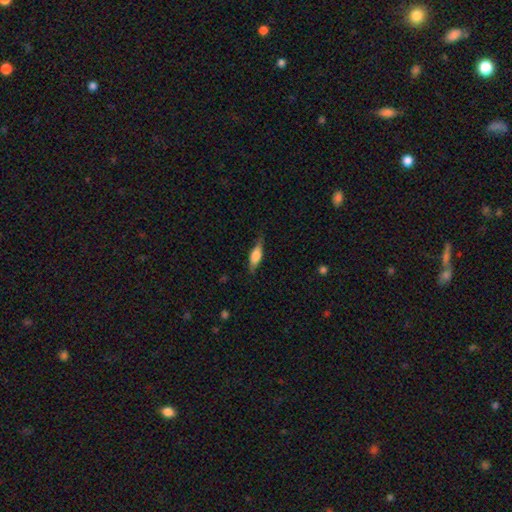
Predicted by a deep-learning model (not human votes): Overall: smooth (56%; featured or disk 37%). How rounded: in between (57%; cigar-shaped 40%). Merging: none (77%).